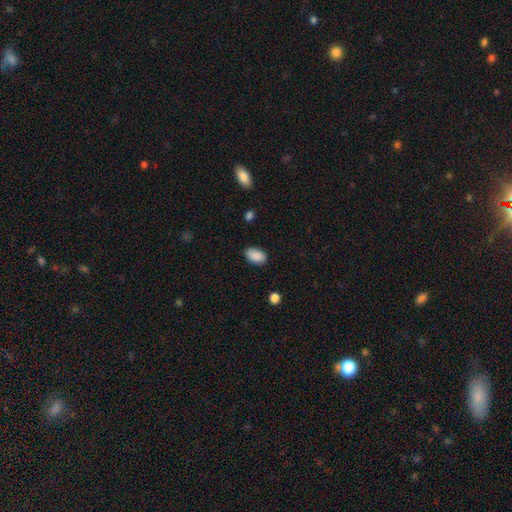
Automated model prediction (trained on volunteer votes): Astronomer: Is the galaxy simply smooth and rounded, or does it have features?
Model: smooth — 90%.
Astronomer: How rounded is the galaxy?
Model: in between — 91%.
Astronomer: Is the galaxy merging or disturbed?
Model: none — 85%.